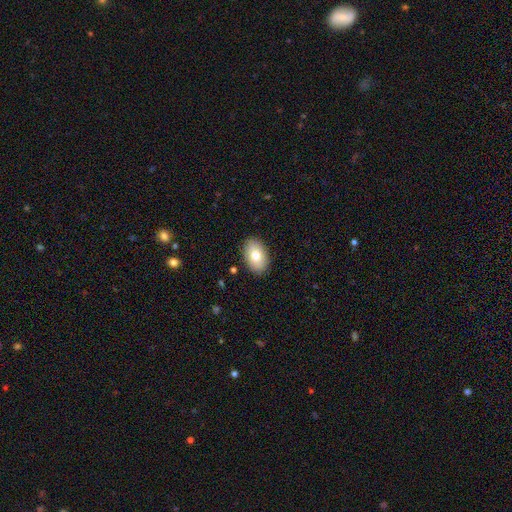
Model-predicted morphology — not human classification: This appears to be a smooth galaxy with no disk features (79%) that is in between round and cigar-shaped (91%). Merging: none (89%).